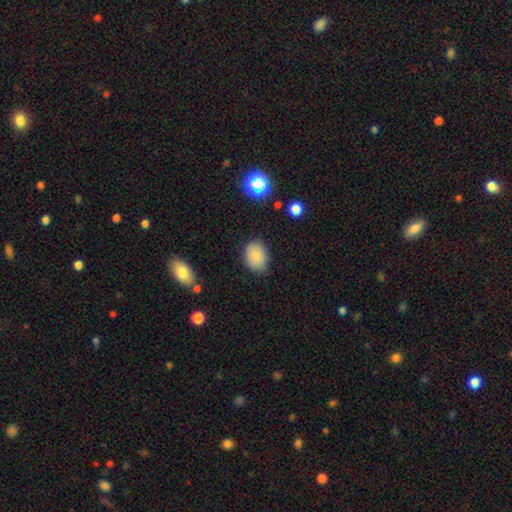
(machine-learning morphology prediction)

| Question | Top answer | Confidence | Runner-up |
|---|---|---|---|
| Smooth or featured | smooth | 83% | star or artifact (10%) |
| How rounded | in between | 73% | round (26%) |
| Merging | none | 79% | minor disturbance (16%) |